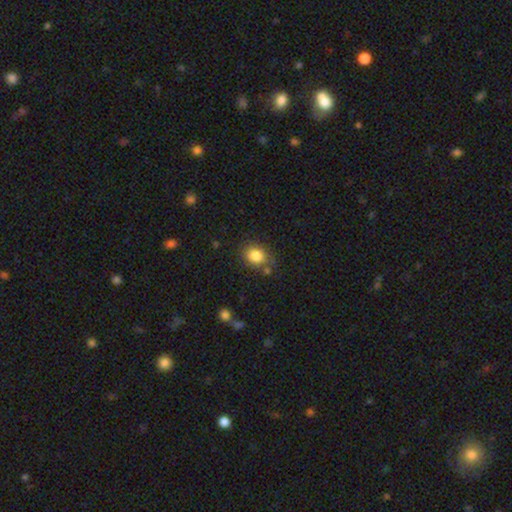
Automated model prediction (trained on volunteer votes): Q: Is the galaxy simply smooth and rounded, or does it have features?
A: smooth — 85%.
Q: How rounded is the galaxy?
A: round — 55%.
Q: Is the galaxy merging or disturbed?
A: none — 73%.